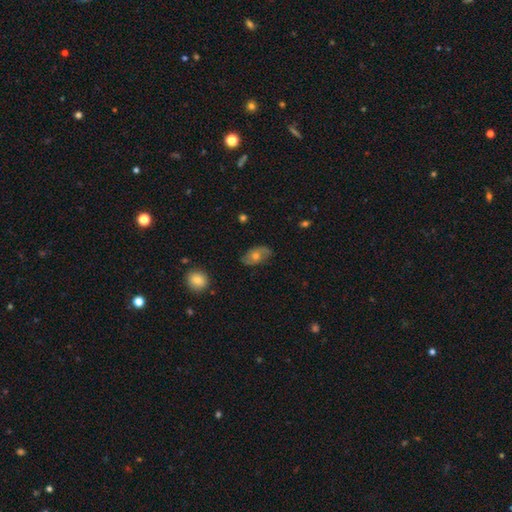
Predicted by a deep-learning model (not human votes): featured or disk 51%, smooth 38%, star or artifact 11%. Down the decision tree: edge-on disk — no (92%); merging — none (77%).